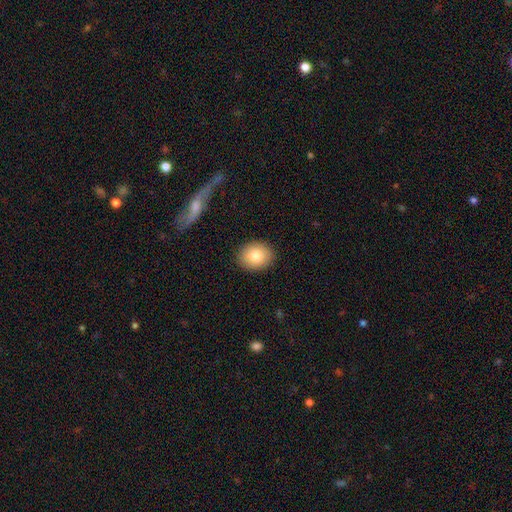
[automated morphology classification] smooth 81%, featured or disk 11%, star or artifact 8%. Down the decision tree: how rounded — in between (50%); merging — none (89%).